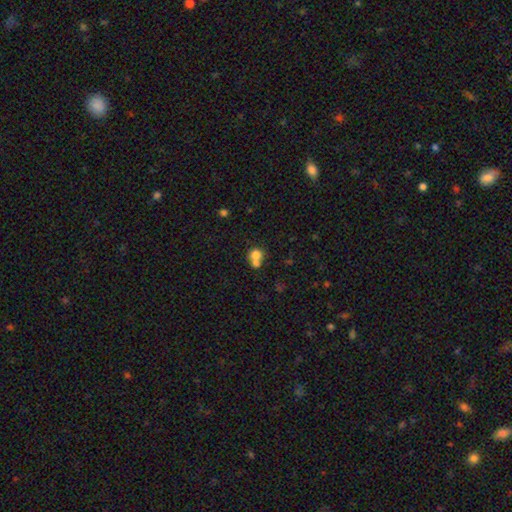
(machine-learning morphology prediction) Overall: smooth (75%). How rounded: round (81%). Merging: merger (58%; none 33%).